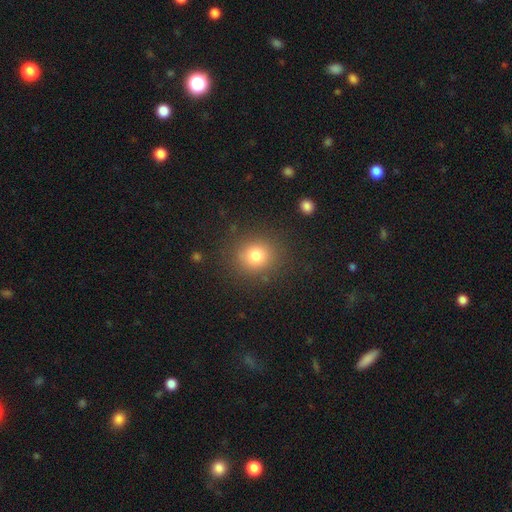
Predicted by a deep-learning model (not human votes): This appears to be a smooth galaxy with no disk features (78%) that is round (82%). Merging: none (85%).